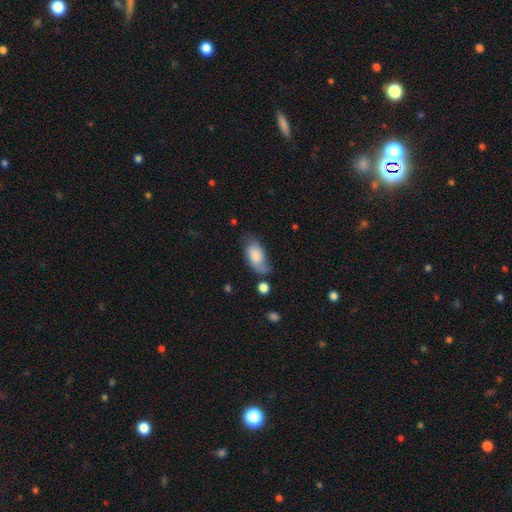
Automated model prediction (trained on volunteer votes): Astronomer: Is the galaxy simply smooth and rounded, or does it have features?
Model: smooth — 71%.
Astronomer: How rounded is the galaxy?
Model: in between — 93%.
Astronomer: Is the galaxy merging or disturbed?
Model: none — 45% (runner-up: minor disturbance, 35%).